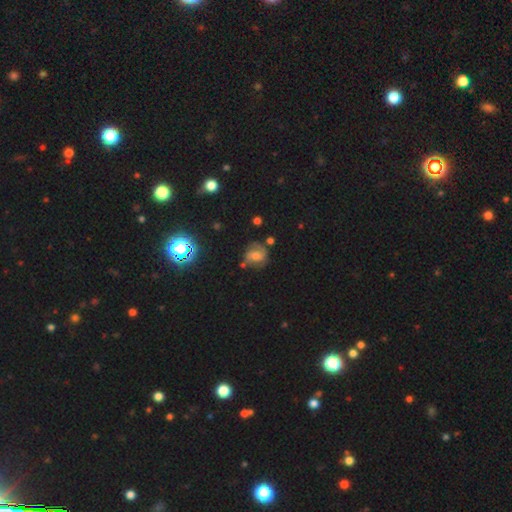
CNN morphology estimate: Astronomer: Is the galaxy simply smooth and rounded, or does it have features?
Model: featured or disk — 51% (runner-up: smooth, 32%).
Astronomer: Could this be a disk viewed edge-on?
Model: no — 96%.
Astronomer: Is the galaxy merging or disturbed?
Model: none — 63%.